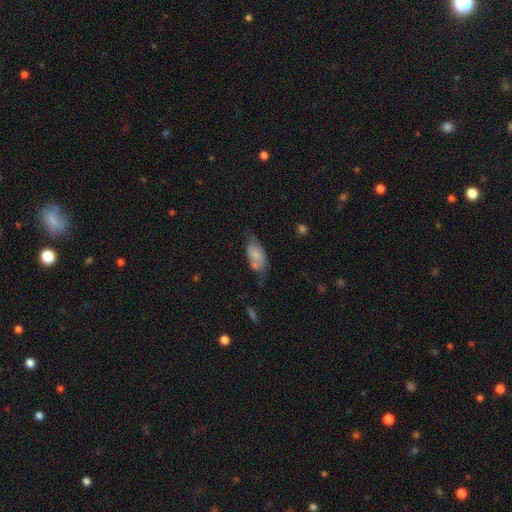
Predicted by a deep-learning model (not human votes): A smooth galaxy with no disk features (71%) that is in between round and cigar-shaped (89%). Merging: none (47%).